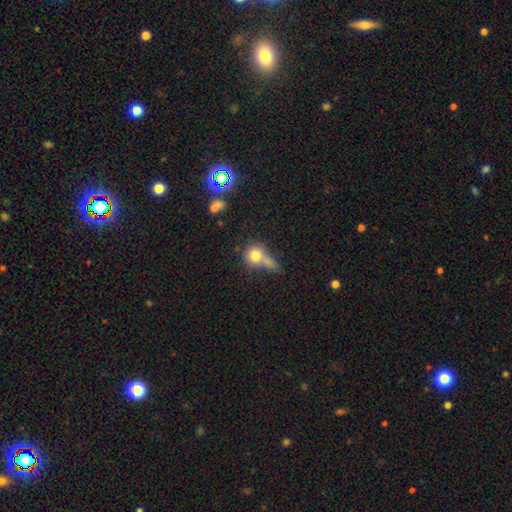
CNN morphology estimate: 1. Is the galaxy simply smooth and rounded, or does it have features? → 75% smooth, 14% featured or disk, 11% star or artifact.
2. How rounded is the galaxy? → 81% round, 17% in between, 2% cigar-shaped.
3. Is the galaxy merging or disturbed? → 36% merger, 35% none, 15% minor disturbance, 14% major disturbance.